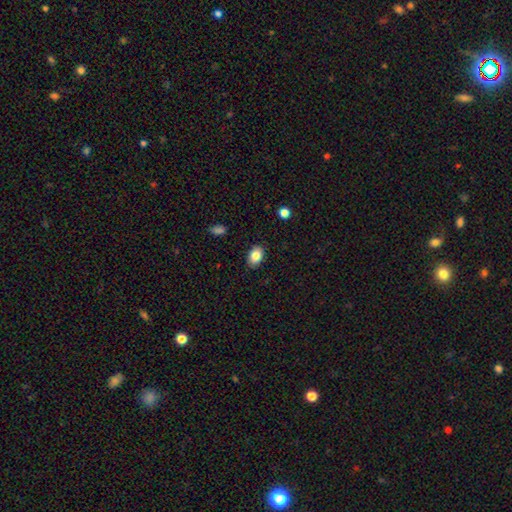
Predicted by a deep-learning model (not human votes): A smooth galaxy with no disk features (85%) that is in between round and cigar-shaped (83%). Merging: none (87%).